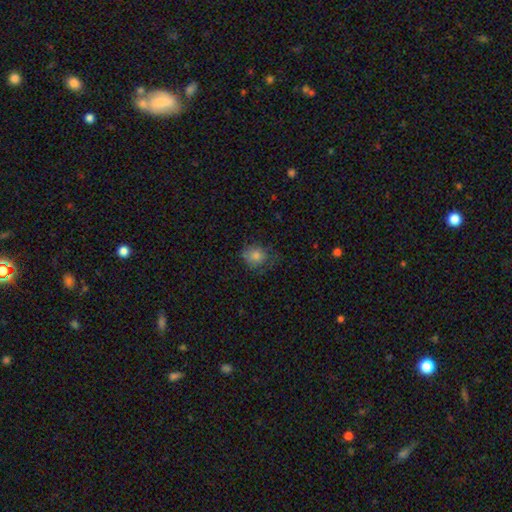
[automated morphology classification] smooth-or-featured: smooth: 77% | featured or disk: 12% | star or artifact: 11%
  how-rounded: round: 72% | in between: 27% | cigar-shaped: 1%
  merging: none: 59% | minor disturbance: 26% | major disturbance: 13% | merger: 1%